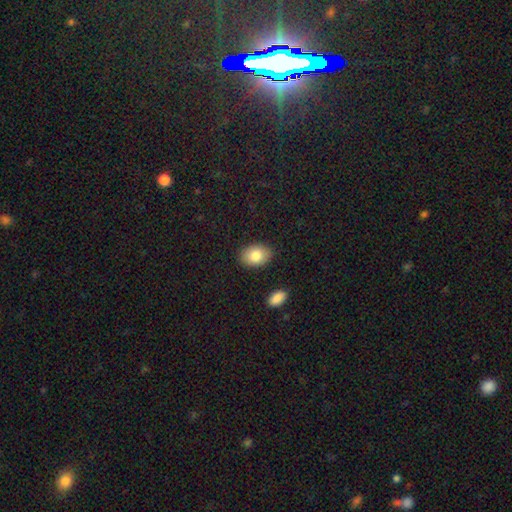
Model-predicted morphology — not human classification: smooth 83%, featured or disk 10%, star or artifact 7%. Down the decision tree: how rounded — in between (83%); merging — none (86%).